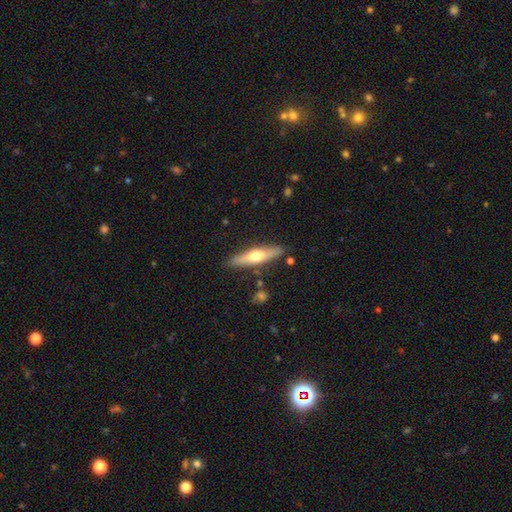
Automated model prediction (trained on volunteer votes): Smooth or featured? Predicted: featured or disk (p=0.48). Merging? Predicted: none (p=0.86).